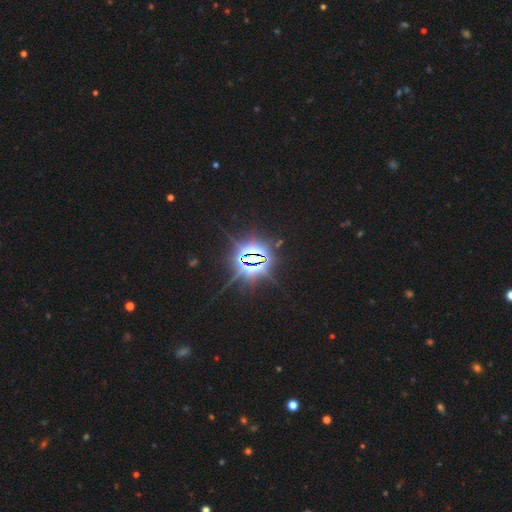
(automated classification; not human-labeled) Smooth or featured?
  - star or artifact: 87% *
  - featured or disk: 7%
  - smooth: 6%